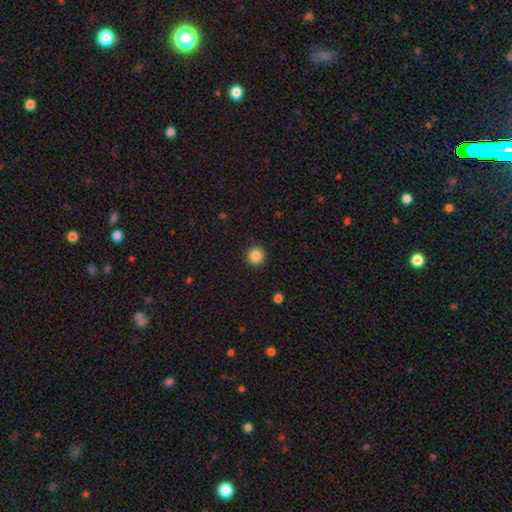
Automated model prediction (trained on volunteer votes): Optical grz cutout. It shows a smooth galaxy with no disk features (86%) that is round (95%). Merging: none (92%).